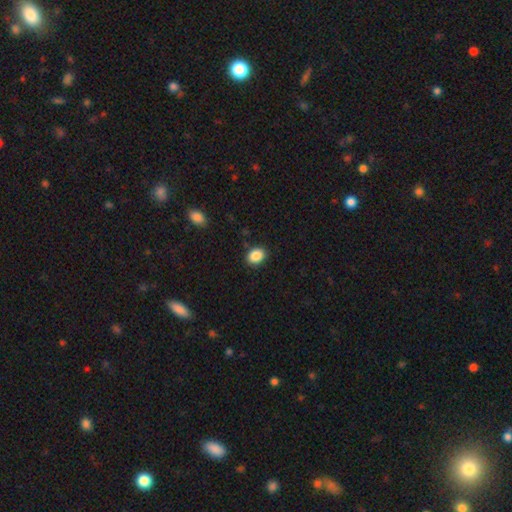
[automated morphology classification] A smooth galaxy with no disk features (88%) that is in between round and cigar-shaped (61%). Merging: none (87%).